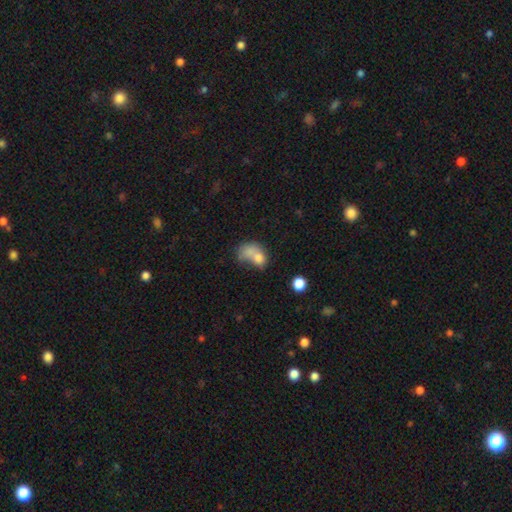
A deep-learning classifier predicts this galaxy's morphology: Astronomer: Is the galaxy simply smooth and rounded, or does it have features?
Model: smooth — 72%.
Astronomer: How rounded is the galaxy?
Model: in between — 69%.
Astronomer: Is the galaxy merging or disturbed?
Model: merger — 54%.